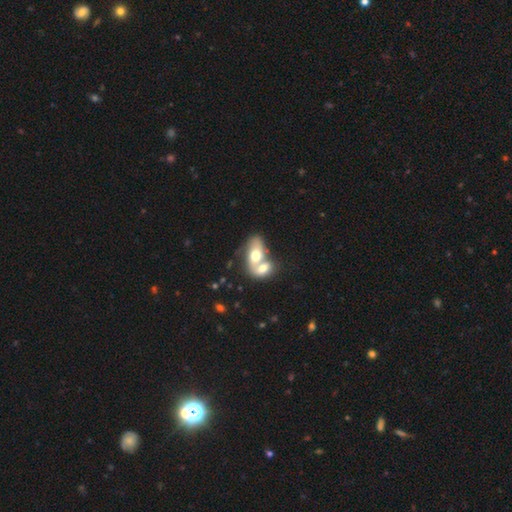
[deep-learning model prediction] Smooth or featured? smooth (61%)
How rounded? in between (83%)
Merging? merger (77%)